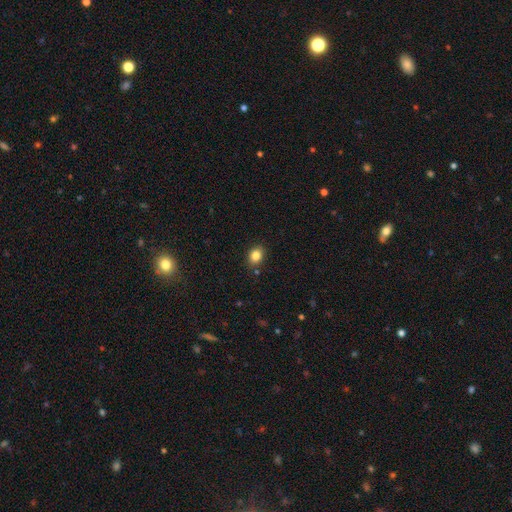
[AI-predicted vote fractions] Morphology: type=smooth (83%); roundness=in between (55%); merging=none (86%).